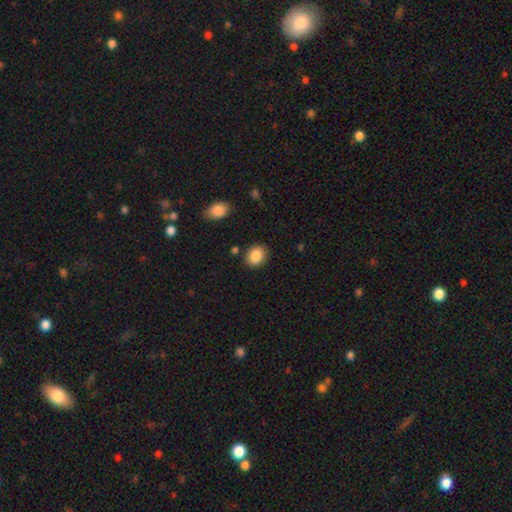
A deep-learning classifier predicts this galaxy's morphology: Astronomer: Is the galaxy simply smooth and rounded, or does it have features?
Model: smooth — 86%.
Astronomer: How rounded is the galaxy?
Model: in between — 50% (runner-up: round, 49%).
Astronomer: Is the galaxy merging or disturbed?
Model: none — 85%.